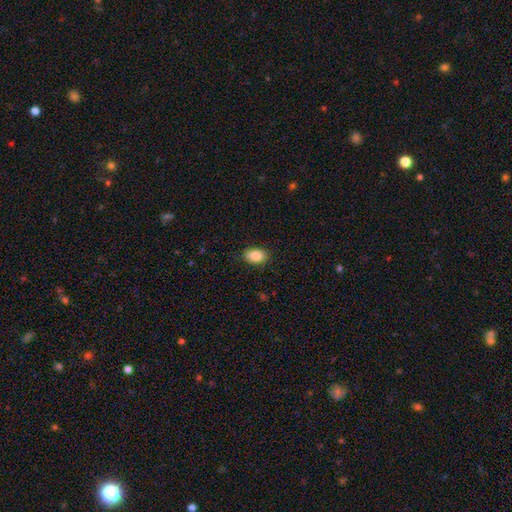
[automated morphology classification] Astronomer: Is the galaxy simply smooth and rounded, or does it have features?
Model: smooth — 86%.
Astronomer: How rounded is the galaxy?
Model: in between — 85%.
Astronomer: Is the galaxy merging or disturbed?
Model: none — 87%.